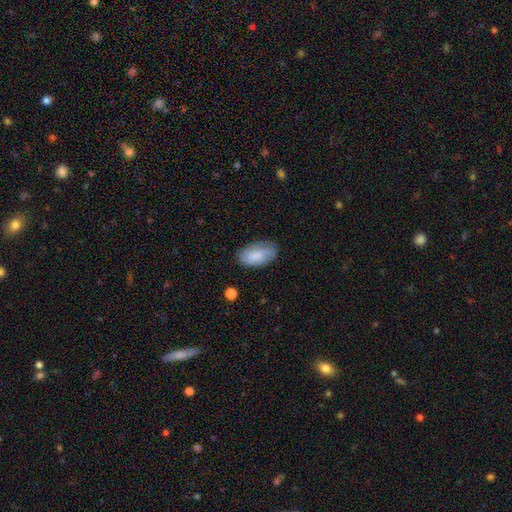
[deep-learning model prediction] Q: Smooth or featured?
A: smooth (79%); runner-up: featured or disk (15%)
Q: How rounded?
A: in between (94%); runner-up: round (3%)
Q: Merging?
A: none (75%); runner-up: minor disturbance (19%)